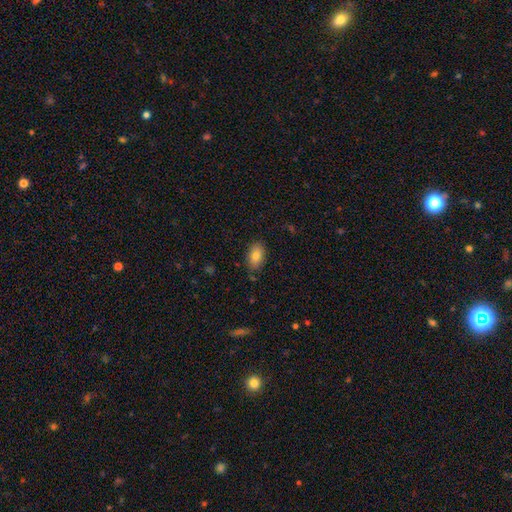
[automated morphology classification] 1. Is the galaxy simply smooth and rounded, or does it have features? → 82% smooth, 10% featured or disk, 8% star or artifact.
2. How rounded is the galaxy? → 91% in between, 7% round, 2% cigar-shaped.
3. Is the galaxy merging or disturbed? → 84% none, 12% minor disturbance, 3% major disturbance, 2% merger.